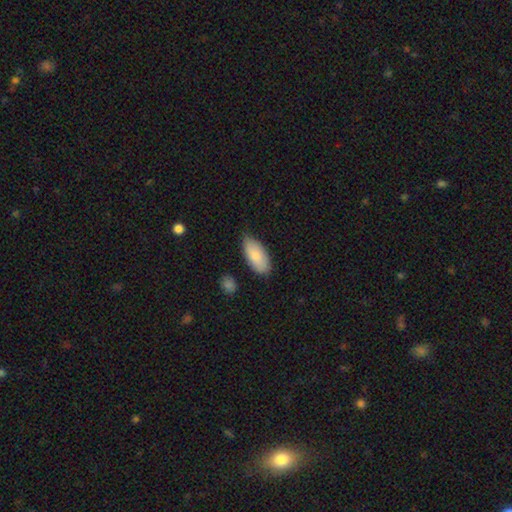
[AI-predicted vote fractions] A smooth galaxy with no disk features (81%) that is in between round and cigar-shaped (91%). Merging: none (73%).